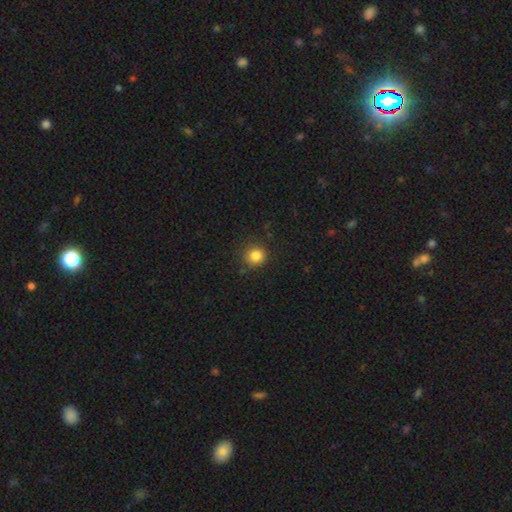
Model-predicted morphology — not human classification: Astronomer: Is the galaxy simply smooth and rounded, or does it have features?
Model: smooth — 84%.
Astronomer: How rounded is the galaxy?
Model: round — 91%.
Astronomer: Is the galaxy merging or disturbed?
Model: none — 86%.